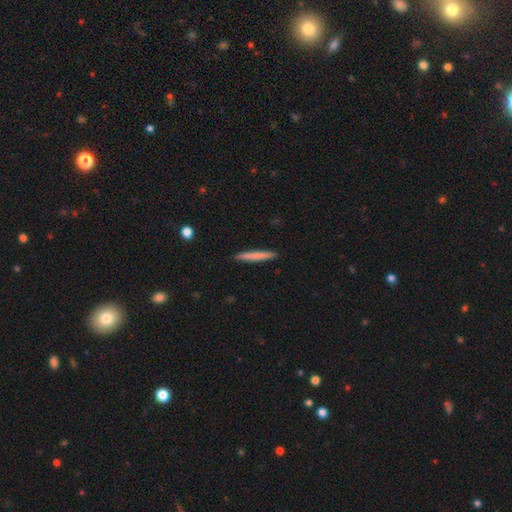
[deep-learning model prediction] A smooth galaxy with no disk features (74%) that is cigar-shaped (96%).

Vote fractions:
- Smooth or featured? smooth: 74% / featured or disk: 20% / star or artifact: 6%
- How rounded? cigar-shaped: 96% / in between: 3% / round: 1%
- Merging? none: 92% / minor disturbance: 6% / major disturbance: 1% / merger: 1%